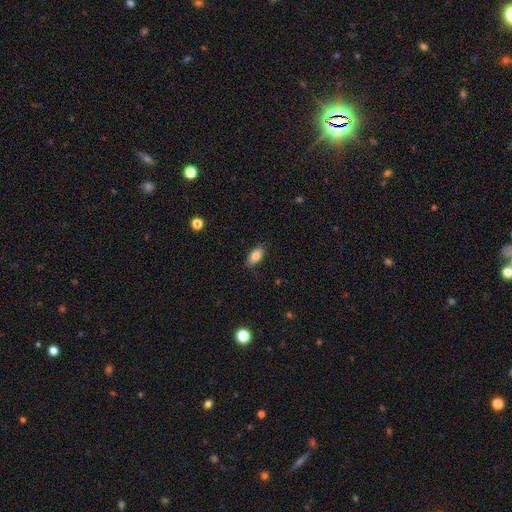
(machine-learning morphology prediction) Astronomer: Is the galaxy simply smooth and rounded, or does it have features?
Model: smooth — 83%.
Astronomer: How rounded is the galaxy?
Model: in between — 90%.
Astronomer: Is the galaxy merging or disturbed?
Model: none — 84%.